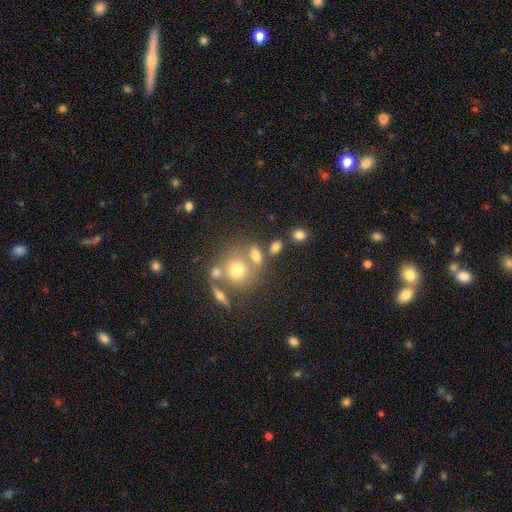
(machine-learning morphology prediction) This appears to be a smooth galaxy with no disk features (68%) that is in between round and cigar-shaped (58%). Merging: none (52%).